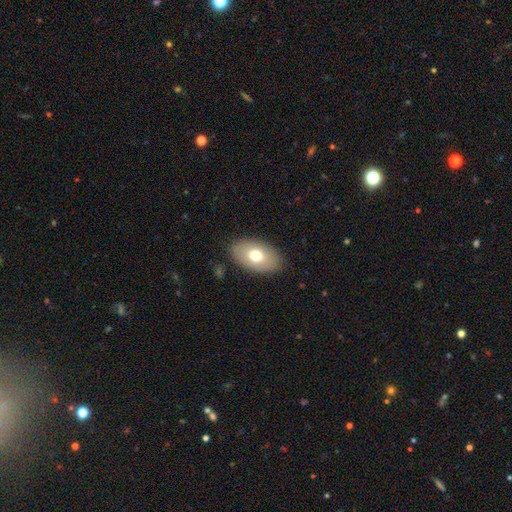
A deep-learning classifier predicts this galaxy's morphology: Smooth or featured? Predicted: smooth (p=0.70). How rounded? Predicted: in between (p=0.92). Merging? Predicted: none (p=0.85).